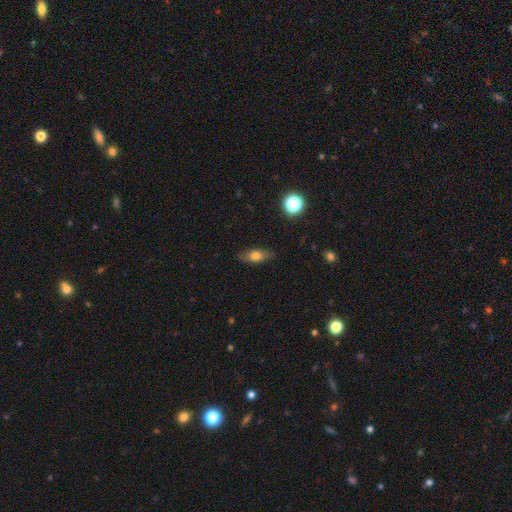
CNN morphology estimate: smooth_or_featured: smooth (p=0.62) [alt: featured or disk p=0.28]
how_rounded: in between (p=0.68) [alt: cigar-shaped p=0.23]
merging: none (p=0.80) [alt: minor disturbance p=0.15]